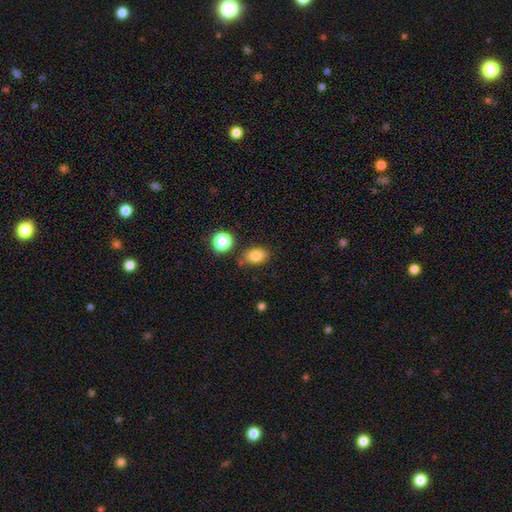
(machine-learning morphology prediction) Q: Smooth or featured?
A: smooth (82%); runner-up: star or artifact (11%)
Q: How rounded?
A: in between (77%); runner-up: round (22%)
Q: Merging?
A: none (76%); runner-up: minor disturbance (14%)